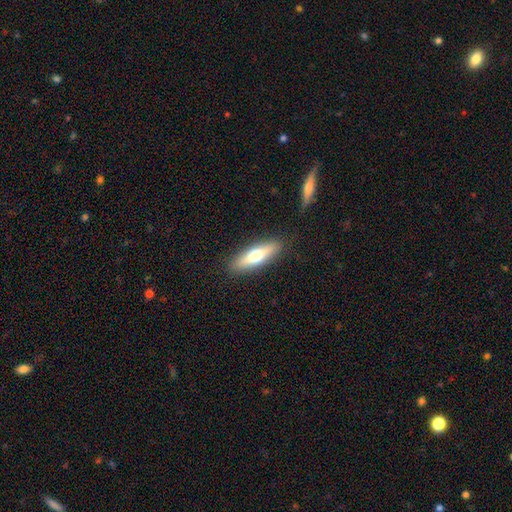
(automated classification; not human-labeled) This appears to be a smooth galaxy with no disk features (56%) that is cigar-shaped (63%). Merging: none (89%).